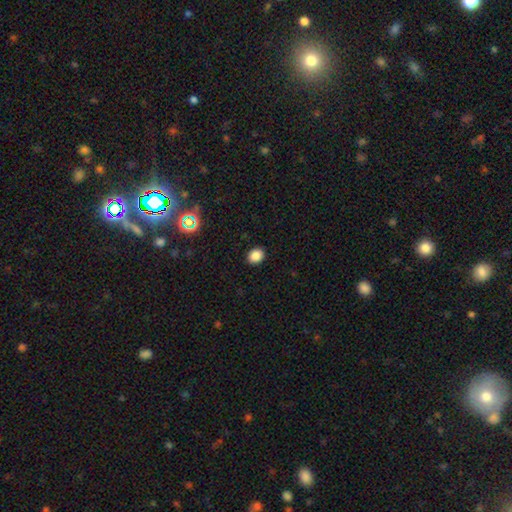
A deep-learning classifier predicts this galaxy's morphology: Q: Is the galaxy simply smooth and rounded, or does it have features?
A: smooth — 85%.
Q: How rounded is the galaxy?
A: in between — 50%.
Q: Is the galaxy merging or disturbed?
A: none — 91%.